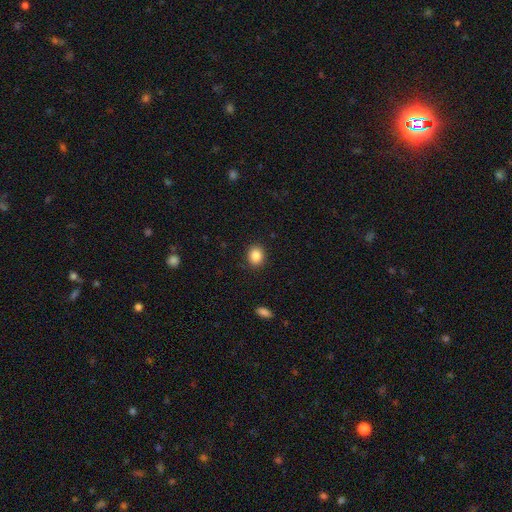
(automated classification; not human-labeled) A smooth galaxy with no disk features (86%) that is round (62%).

Vote fractions:
- Smooth or featured? smooth: 86% / star or artifact: 9% / featured or disk: 5%
- How rounded? round: 62% / in between: 37% / cigar-shaped: 1%
- Merging? none: 90% / minor disturbance: 7% / major disturbance: 2% / merger: 1%